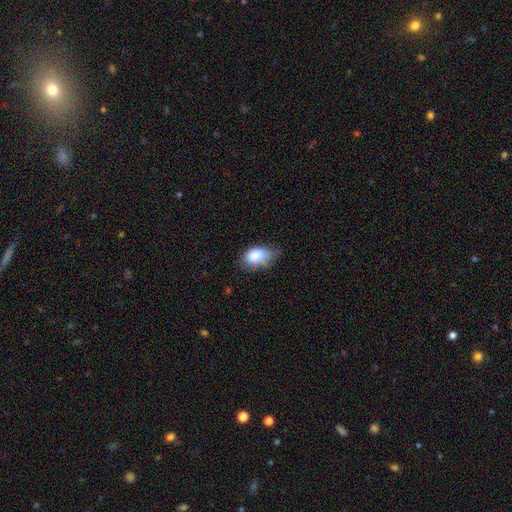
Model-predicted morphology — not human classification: A smooth galaxy with no disk features (81%) that is in between round and cigar-shaped (90%).

Vote fractions:
- Smooth or featured? smooth: 81% / featured or disk: 11% / star or artifact: 8%
- How rounded? in between: 90% / round: 9% / cigar-shaped: 2%
- Merging? none: 46% / minor disturbance: 40% / major disturbance: 11% / merger: 3%